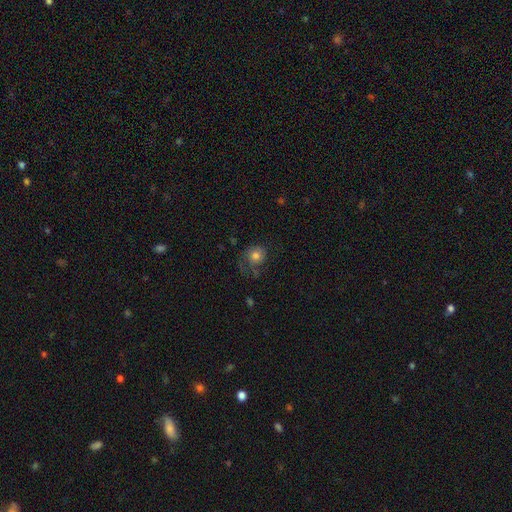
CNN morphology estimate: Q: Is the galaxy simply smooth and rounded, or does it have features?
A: smooth — 72%.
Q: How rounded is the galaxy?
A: round — 77%.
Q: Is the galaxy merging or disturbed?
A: none — 50%.